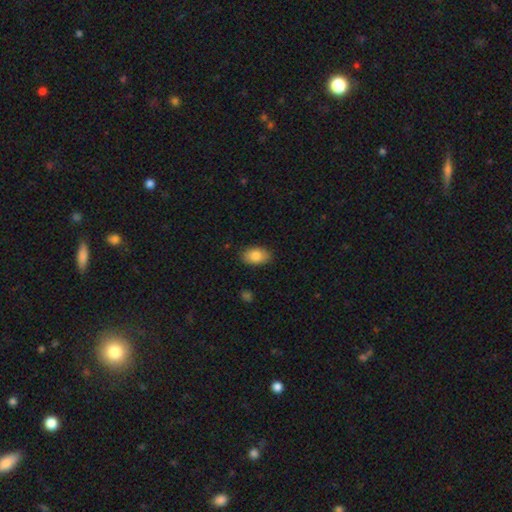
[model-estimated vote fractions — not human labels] A smooth galaxy with no disk features (85%) that is in between round and cigar-shaped (91%). Merging: none (86%).